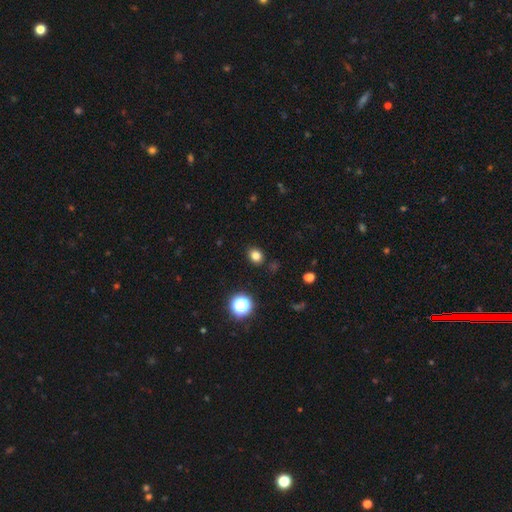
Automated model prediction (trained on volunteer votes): This appears to be a smooth galaxy with no disk features (80%) that is round (59%). Merging: none (88%).